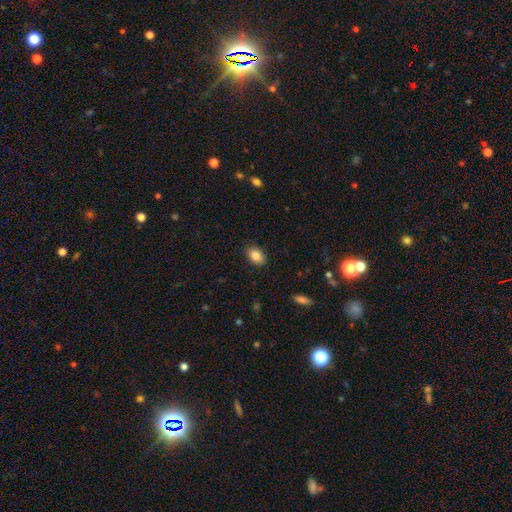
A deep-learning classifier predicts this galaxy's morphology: Smooth or featured? smooth (86%)
How rounded? in between (82%)
Merging? none (88%)